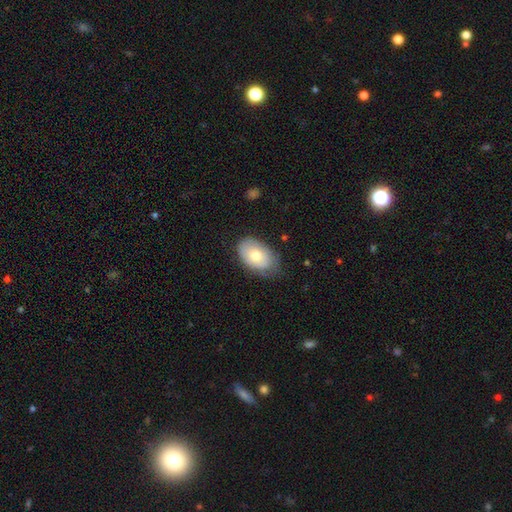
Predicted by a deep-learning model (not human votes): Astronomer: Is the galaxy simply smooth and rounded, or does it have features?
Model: smooth — 69%.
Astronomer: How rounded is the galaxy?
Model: in between — 89%.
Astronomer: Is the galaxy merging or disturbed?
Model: none — 67%.